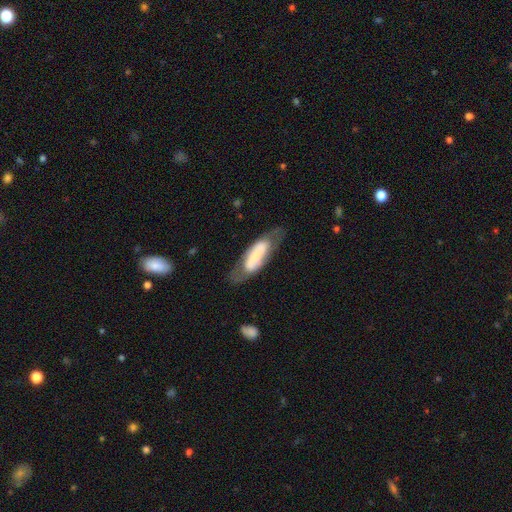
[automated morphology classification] A smooth galaxy with no disk features (48%). Merging: none (62%).